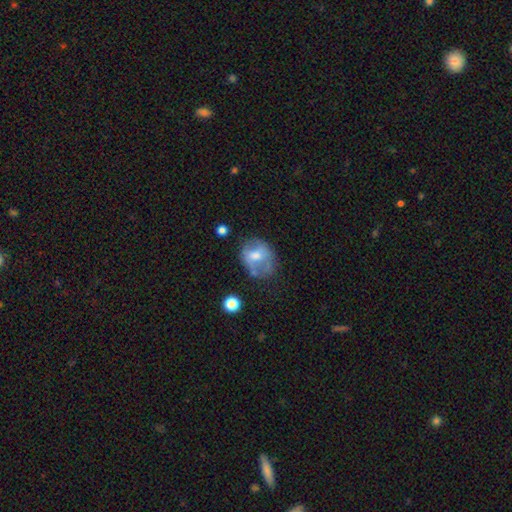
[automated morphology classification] This is possibly a smooth galaxy (47%). Merging: possibly none (46%).